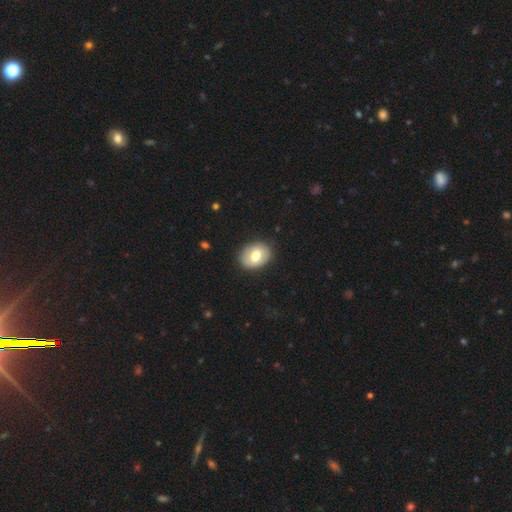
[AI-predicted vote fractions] The model was most divided on "how rounded": in between: 67%, round: 32%, cigar-shaped: 1%. More confident: merging — none (85%); smooth or featured — smooth (69%).